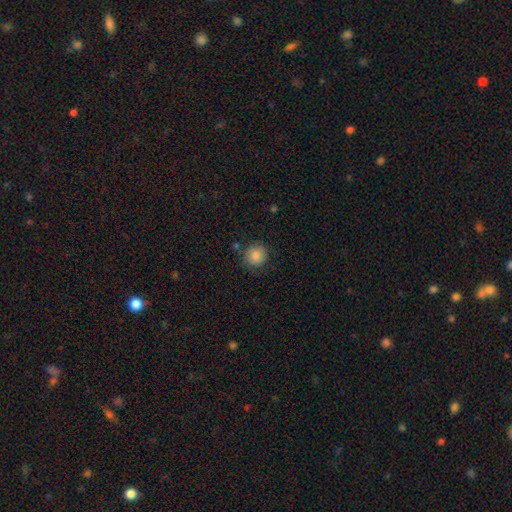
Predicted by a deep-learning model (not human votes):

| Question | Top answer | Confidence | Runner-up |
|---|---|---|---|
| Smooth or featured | smooth | 86% | star or artifact (9%) |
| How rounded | round | 90% | in between (9%) |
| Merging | none | 83% | minor disturbance (12%) |